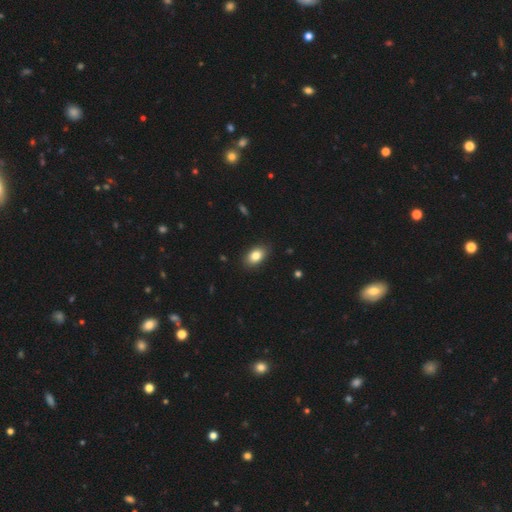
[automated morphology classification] type=smooth (83%); roundness=in between (89%); merging=none (87%).